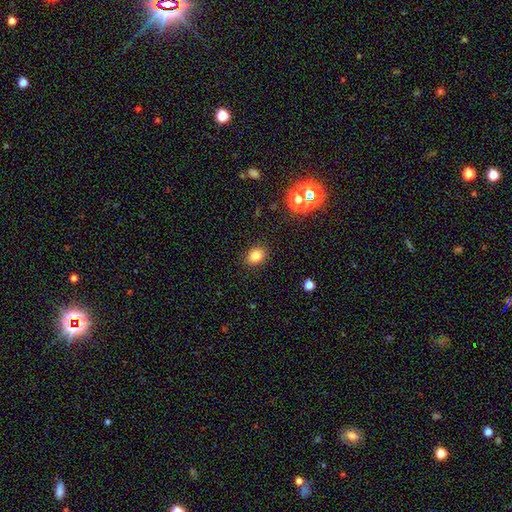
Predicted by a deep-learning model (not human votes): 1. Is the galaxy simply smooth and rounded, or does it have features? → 81% smooth, 13% star or artifact, 6% featured or disk.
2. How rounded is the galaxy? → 56% in between, 43% round, 1% cigar-shaped.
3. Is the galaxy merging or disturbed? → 88% none, 8% minor disturbance, 2% major disturbance, 1% merger.